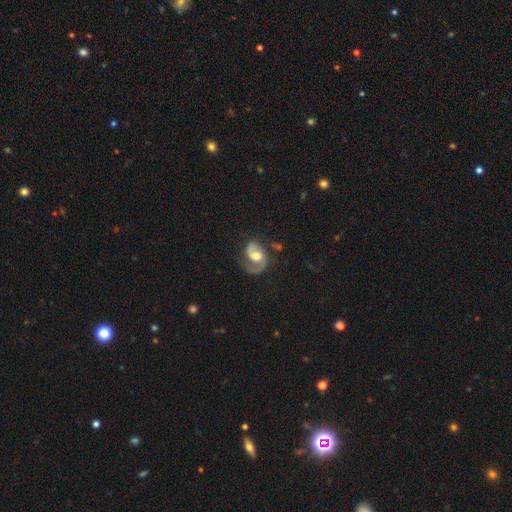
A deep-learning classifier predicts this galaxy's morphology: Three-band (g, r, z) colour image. It shows a featured or disk galaxy (78%) with no bar (52%), 2 (69%) medium (49%) spiral arms (94%) and a moderate central bulge (51%). Merging: none (54%).